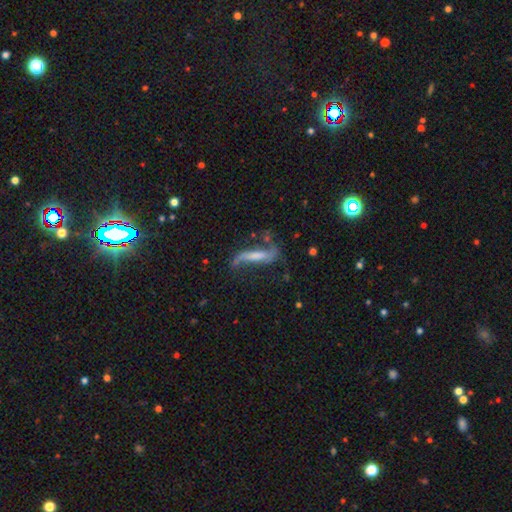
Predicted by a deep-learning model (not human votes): A featured or disk galaxy (69%). Merging: none (50%).